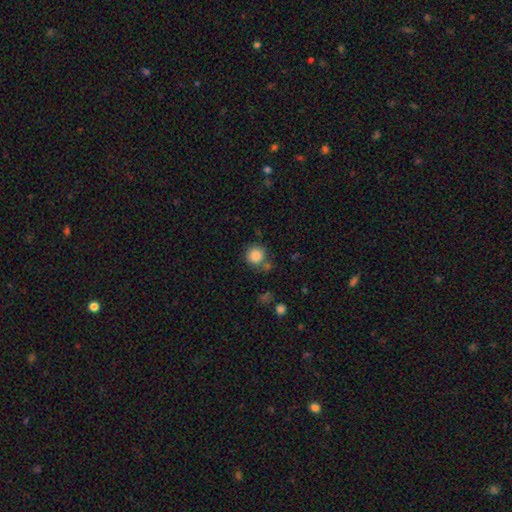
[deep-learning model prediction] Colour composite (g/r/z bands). It shows a smooth galaxy with no disk features (85%) that is round (92%). Merging: none (70%).